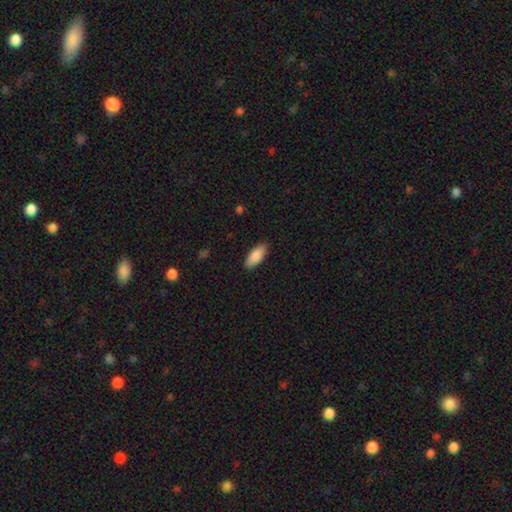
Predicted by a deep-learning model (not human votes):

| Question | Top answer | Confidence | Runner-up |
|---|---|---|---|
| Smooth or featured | smooth | 87% | featured or disk (7%) |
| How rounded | in between | 80% | cigar-shaped (18%) |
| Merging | none | 87% | minor disturbance (10%) |